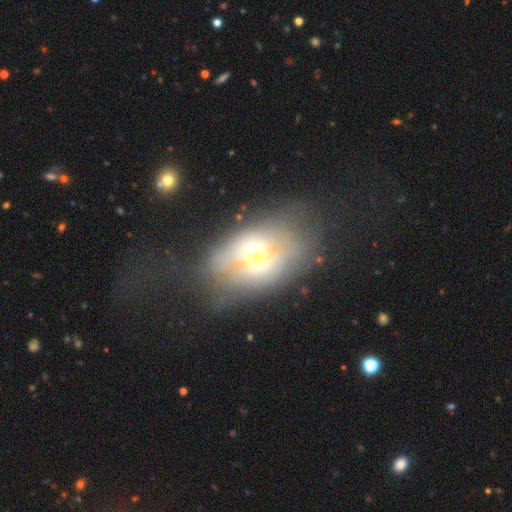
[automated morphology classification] Smooth or featured? Predicted: featured or disk (p=0.53). Edge-on disk? Predicted: no (p=0.85). Merging? Predicted: none (p=0.42).